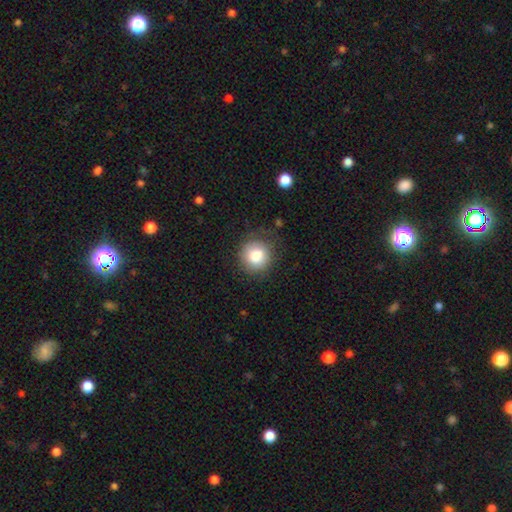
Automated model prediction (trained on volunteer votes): The model was most divided on "merging": none: 74%, minor disturbance: 17%, major disturbance: 7%, merger: 2%. More confident: how rounded — round (90%); smooth or featured — smooth (82%).